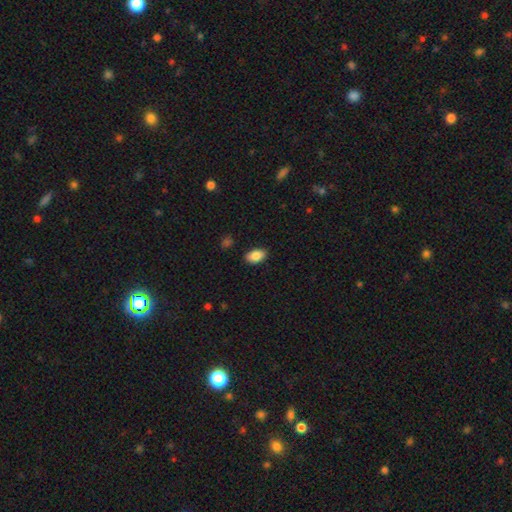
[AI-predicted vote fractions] The model was most divided on "merging": none: 88%, minor disturbance: 9%, major disturbance: 2%, merger: 1%. More confident: how rounded — in between (92%); smooth or featured — smooth (87%).